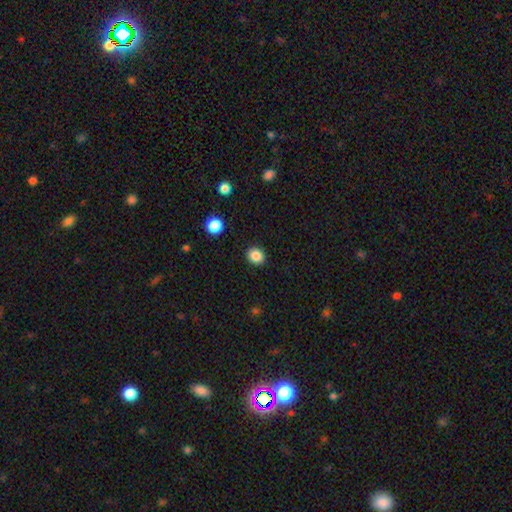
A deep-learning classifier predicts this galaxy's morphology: type=smooth (86%); roundness=round (68%); merging=none (90%).